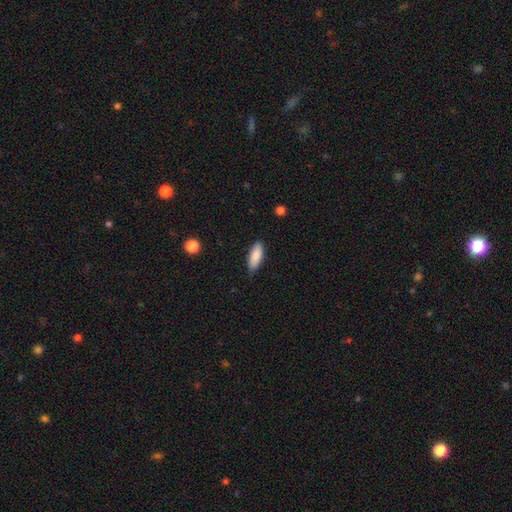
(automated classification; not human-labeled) This appears to be a smooth galaxy with no disk features (87%) that is in between round and cigar-shaped (73%). Merging: none (80%).